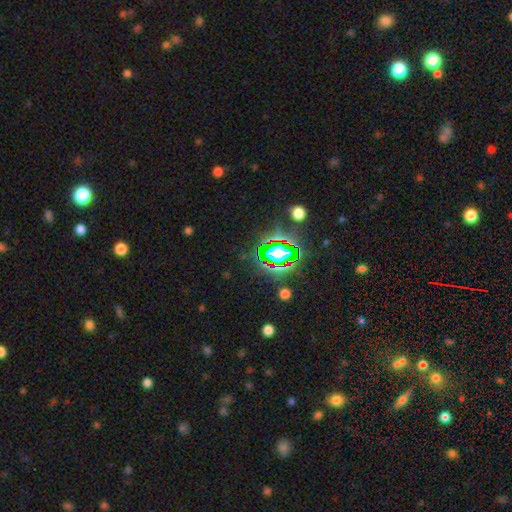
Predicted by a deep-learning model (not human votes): Smooth or featured? Predicted: star or artifact (p=0.78).